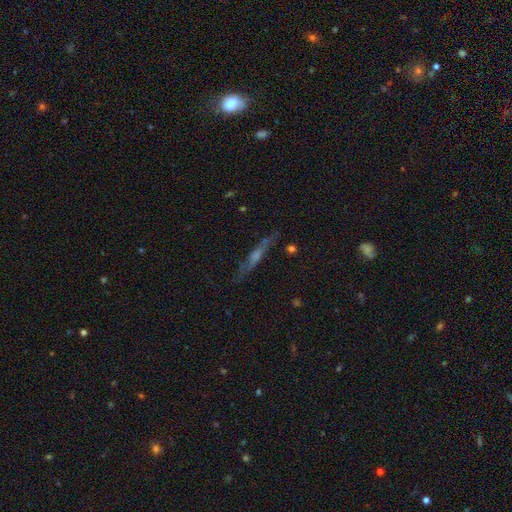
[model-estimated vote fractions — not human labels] A featured or disk galaxy (65%) viewed edge-on (89%) with a rounded central bulge (59%). Merging: none (80%).